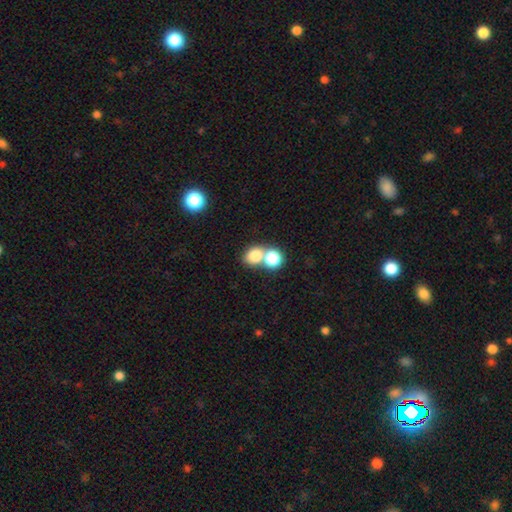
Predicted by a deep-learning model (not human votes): This is likely a smooth galaxy (78%). How rounded: likely round (62%). Merging: possibly merger (55%).